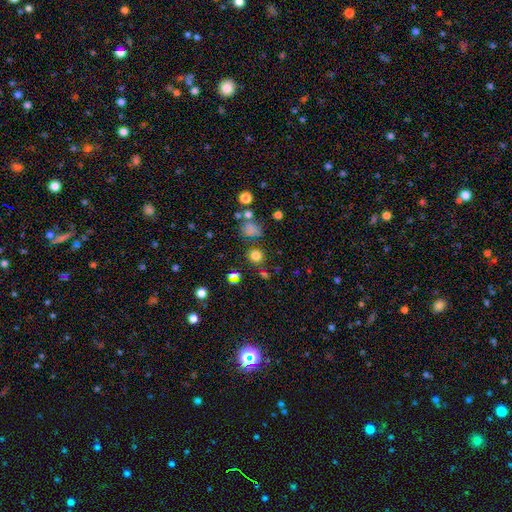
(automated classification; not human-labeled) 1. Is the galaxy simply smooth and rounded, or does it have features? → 75% smooth, 19% star or artifact, 6% featured or disk.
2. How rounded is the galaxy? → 87% round, 12% in between, 1% cigar-shaped.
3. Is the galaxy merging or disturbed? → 77% none, 10% minor disturbance, 8% merger, 5% major disturbance.